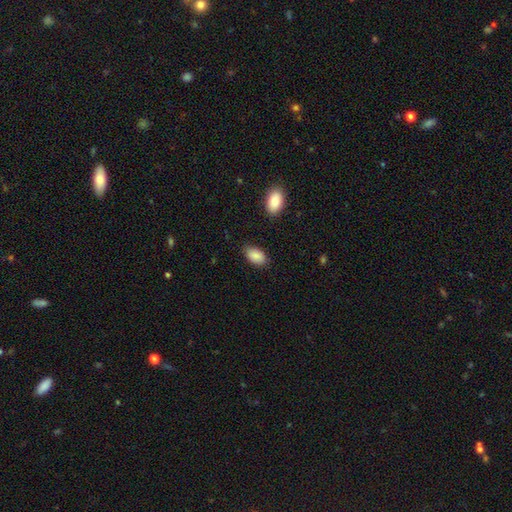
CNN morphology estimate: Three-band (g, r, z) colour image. It shows a smooth galaxy with no disk features (87%) that is in between round and cigar-shaped (93%). Merging: none (81%).